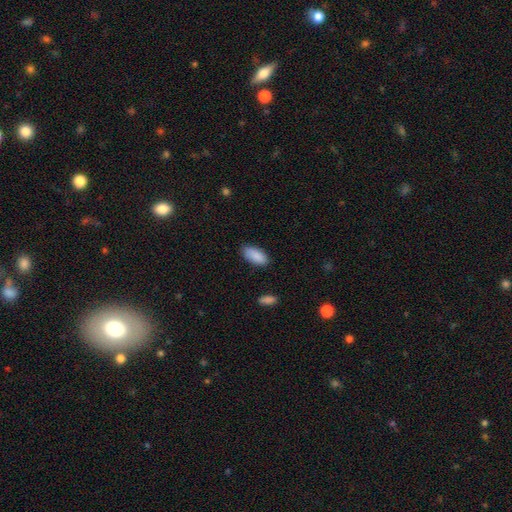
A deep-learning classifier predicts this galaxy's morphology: type=smooth (89%); roundness=in between (91%); merging=none (82%).